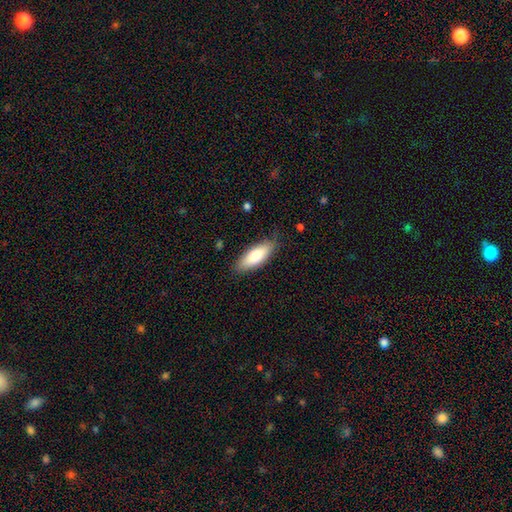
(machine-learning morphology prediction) type=smooth (76%); roundness=in between (69%); merging=none (83%).